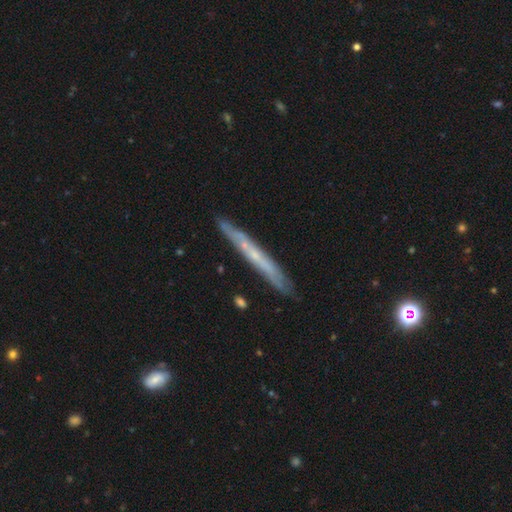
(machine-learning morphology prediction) A featured or disk galaxy (60%) viewed edge-on (90%) with no central bulge (70%). Merging: none (85%).